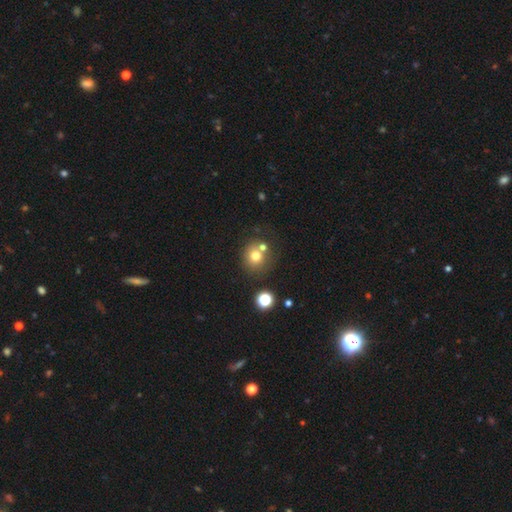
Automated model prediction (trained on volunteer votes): smooth_or_featured: smooth (p=0.73) [alt: star or artifact p=0.15]
how_rounded: round (p=0.87) [alt: in between p=0.12]
merging: none (p=0.64) [alt: merger p=0.22]